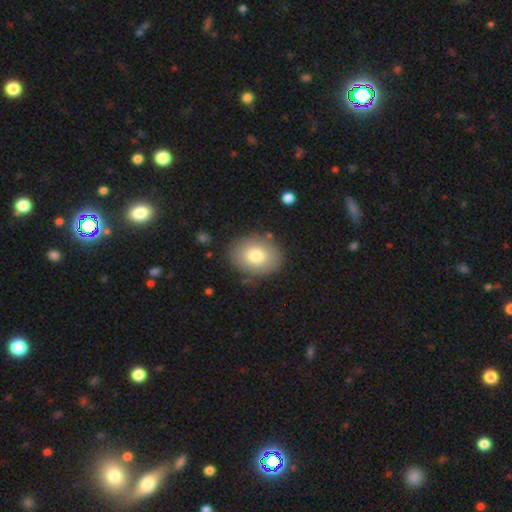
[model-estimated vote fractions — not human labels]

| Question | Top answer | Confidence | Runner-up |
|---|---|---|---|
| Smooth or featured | smooth | 79% | featured or disk (13%) |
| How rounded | in between | 61% | round (38%) |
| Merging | none | 83% | minor disturbance (11%) |